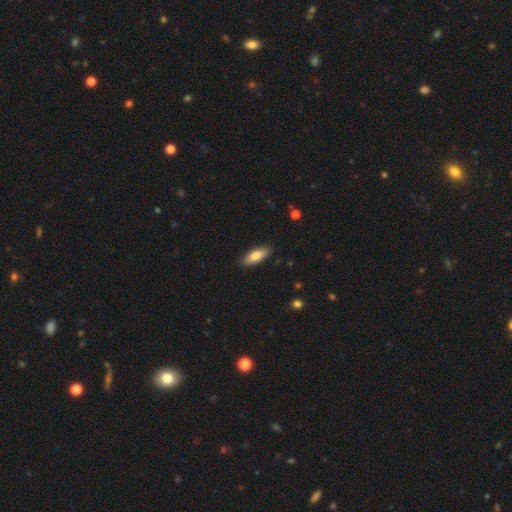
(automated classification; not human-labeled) This is clearly a smooth galaxy (82%). How rounded: likely in between (73%). Merging: clearly none (88%).